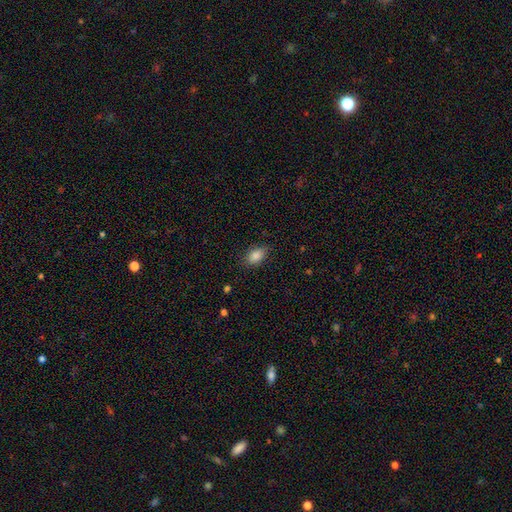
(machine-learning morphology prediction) This is clearly a smooth galaxy (87%). How rounded: clearly in between (88%). Merging: likely none (80%).